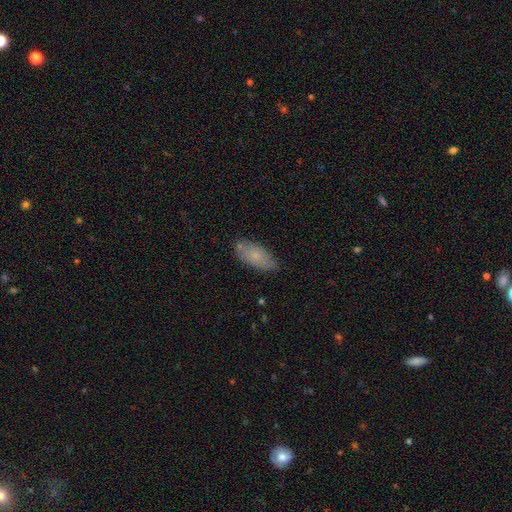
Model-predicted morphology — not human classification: Smooth or featured?
  - smooth: 75% *
  - featured or disk: 18%
  - star or artifact: 7%
How rounded?
  - in between: 88% *
  - cigar-shaped: 9%
  - round: 2%
Merging?
  - none: 74% *
  - minor disturbance: 19%
  - major disturbance: 3%
  - merger: 3%